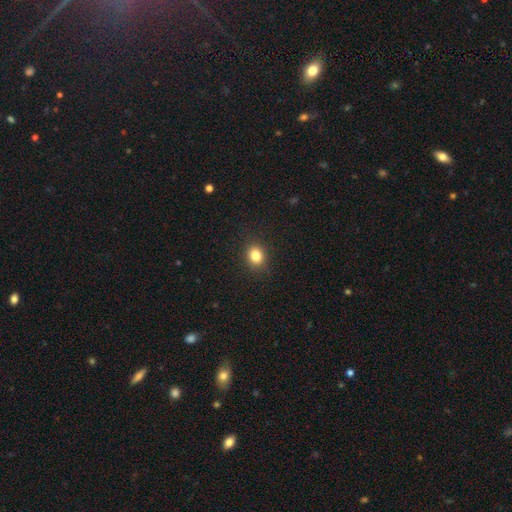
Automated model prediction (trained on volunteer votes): This is clearly a smooth galaxy (83%). How rounded: possibly round (56%). Merging: clearly none (88%).